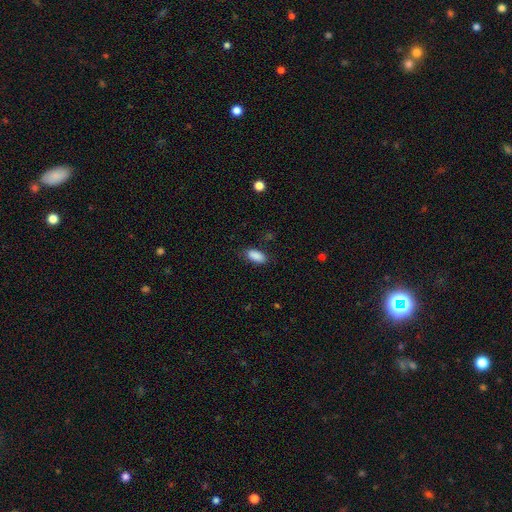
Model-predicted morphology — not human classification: smooth 89%, star or artifact 7%, featured or disk 4%. Down the decision tree: how rounded — in between (87%); merging — none (81%).